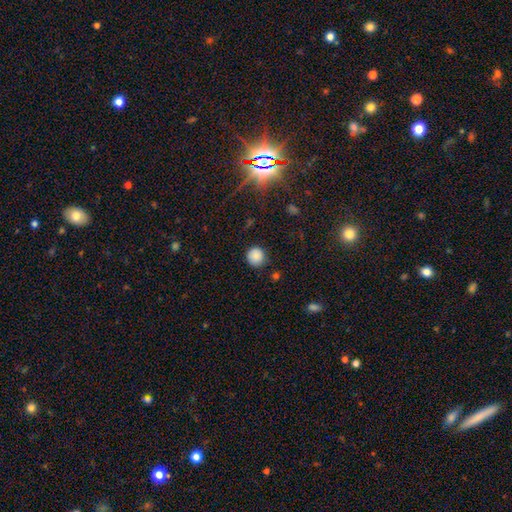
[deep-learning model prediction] Smooth or featured?
  - smooth: 84% *
  - star or artifact: 11%
  - featured or disk: 5%
How rounded?
  - round: 94% *
  - in between: 5%
  - cigar-shaped: 1%
Merging?
  - none: 88% *
  - minor disturbance: 8%
  - major disturbance: 2%
  - merger: 1%